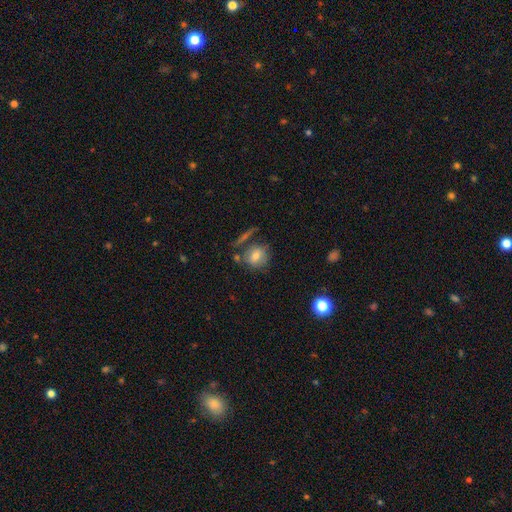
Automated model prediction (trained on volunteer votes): This is likely a smooth galaxy (66%). How rounded: likely round (69%). Merging: possibly none (57%).